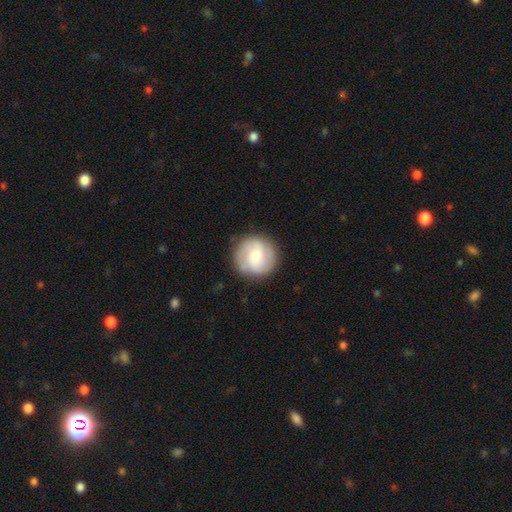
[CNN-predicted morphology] Smooth or featured: featured or disk — 53% (smooth — 40%)
Edge-on disk: no — 97% (yes — 3%)
Bar: no — 45% (weak — 44%)
Spiral arms: yes — 84% (no — 16%)
Bulge size: moderate — 58% (small — 34%)
Merging: none — 86% (minor disturbance — 10%)